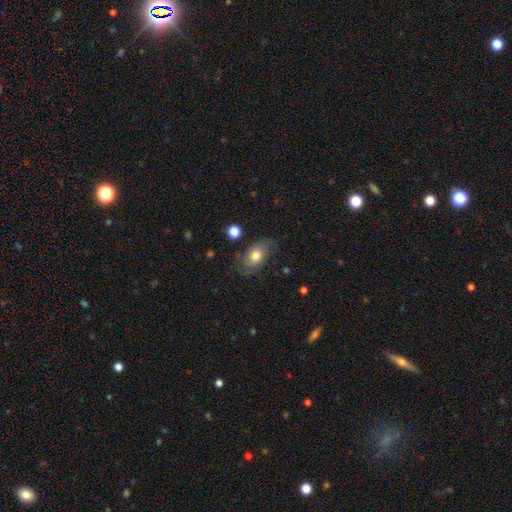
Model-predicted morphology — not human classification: Q: Smooth or featured?
A: smooth (51%); runner-up: featured or disk (40%)
Q: How rounded?
A: in between (80%); runner-up: round (18%)
Q: Merging?
A: none (70%); runner-up: minor disturbance (19%)